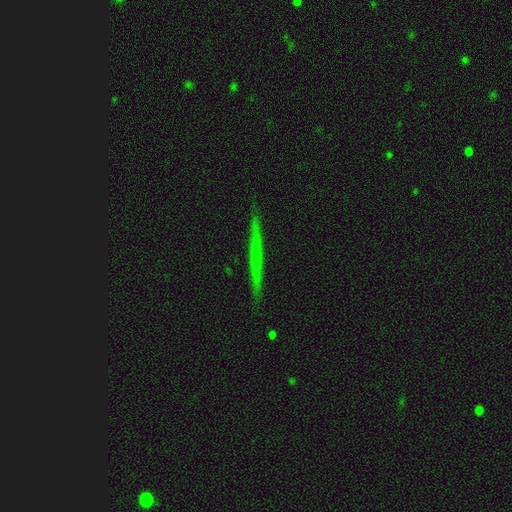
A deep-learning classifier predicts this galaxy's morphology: smooth-or-featured: featured or disk: 49% | smooth: 44% | star or artifact: 7%
  merging: none: 91% | minor disturbance: 6% | major disturbance: 1% | merger: 1%